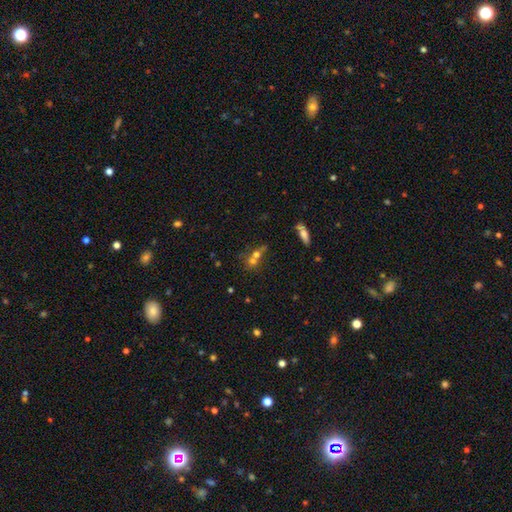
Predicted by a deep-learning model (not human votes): This appears to be a smooth galaxy with no disk features (48%). Merging: merger (47%).